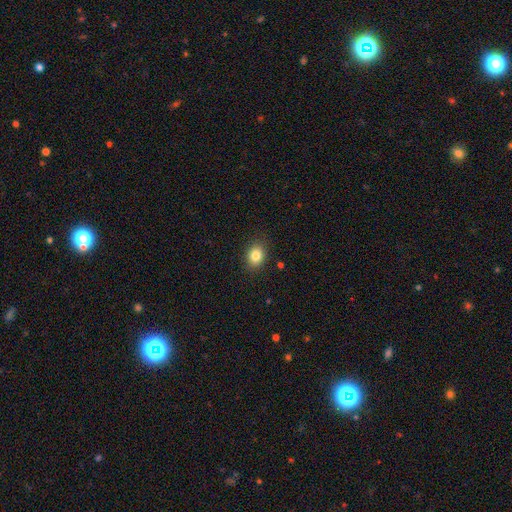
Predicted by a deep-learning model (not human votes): The model was most divided on "how rounded": in between: 57%, round: 42%, cigar-shaped: 1%. More confident: merging — none (88%); smooth or featured — smooth (83%).